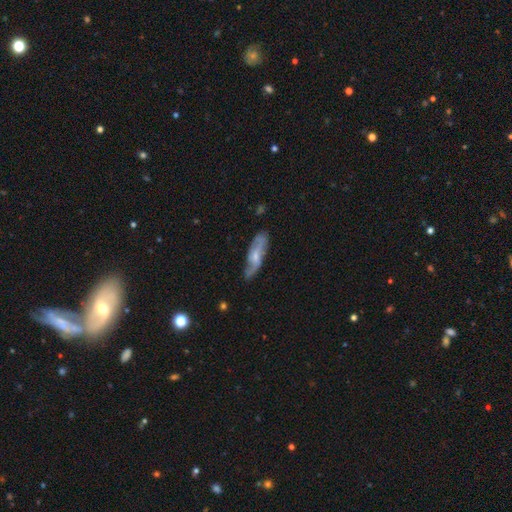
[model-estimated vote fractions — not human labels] This is likely a featured or disk galaxy (62%). It is likely not viewed edge-on (77%). Merging: likely none (68%).